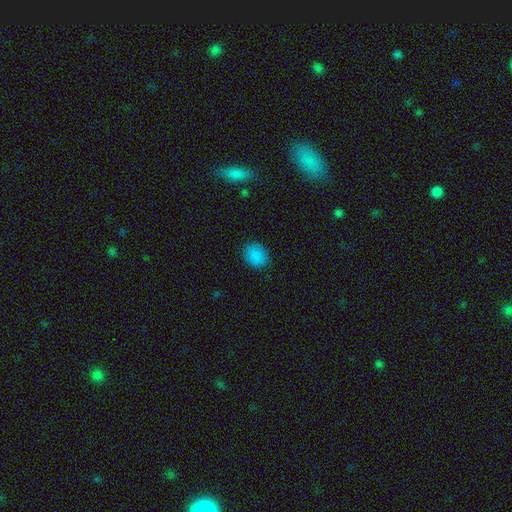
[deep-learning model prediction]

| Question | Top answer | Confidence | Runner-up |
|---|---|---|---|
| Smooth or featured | smooth | 86% | star or artifact (10%) |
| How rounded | round | 51% | in between (48%) |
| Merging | none | 87% | minor disturbance (10%) |